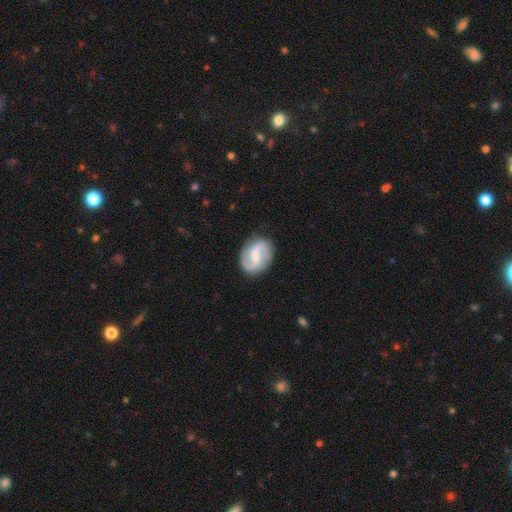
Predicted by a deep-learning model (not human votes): The model was most divided on "spiral winding": loose: 50%, medium: 37%, tight: 12%. Remaining: edge-on disk — no (98%); spiral arms — yes (95%); spiral arm count — 2 (92%); merging — none (84%); smooth or featured — featured or disk (82%); bulge size — small (58%); bar — weak (49%).